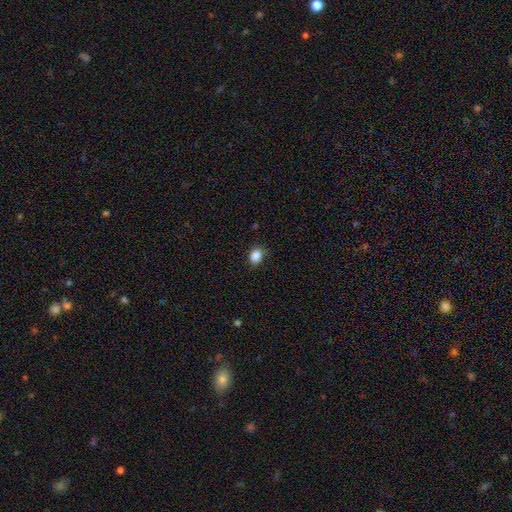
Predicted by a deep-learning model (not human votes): Overall: smooth (87%). How rounded: in between (72%). Merging: none (83%).